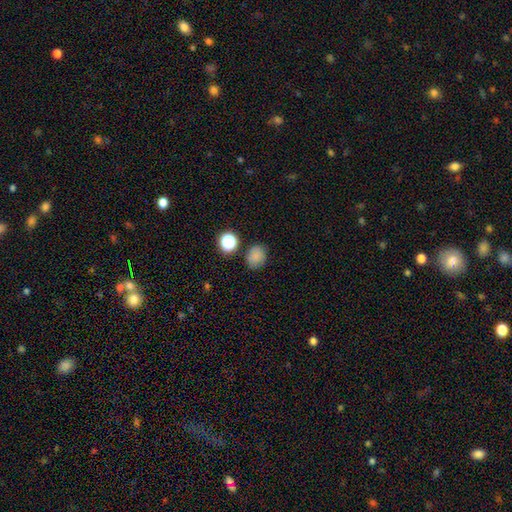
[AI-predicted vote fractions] Smooth or featured? smooth (80%)
How rounded? round (55%)
Merging? none (80%)